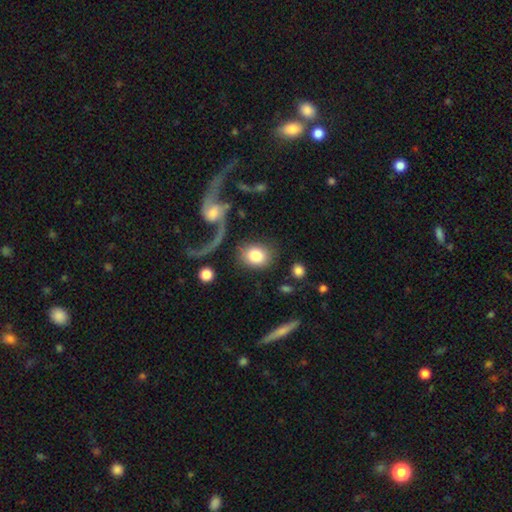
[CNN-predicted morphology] A smooth galaxy with no disk features (77%) that is round (58%). Merging: none (69%).